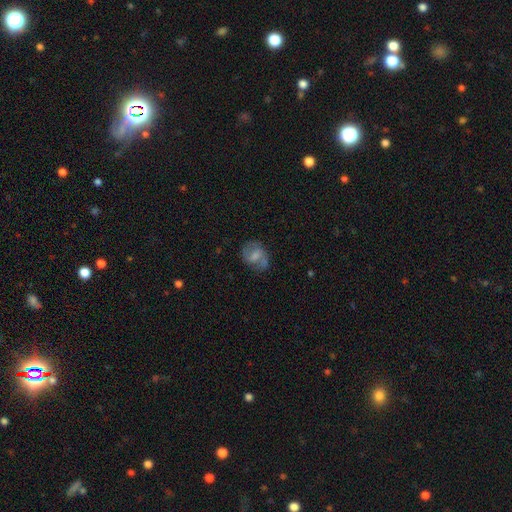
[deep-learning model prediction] featured or disk 57%, smooth 35%, star or artifact 8%. Down the decision tree: edge-on disk — no (97%); bar — weak (51%); spiral arms — yes (83%); bulge size — moderate (33%); merging — none (63%).